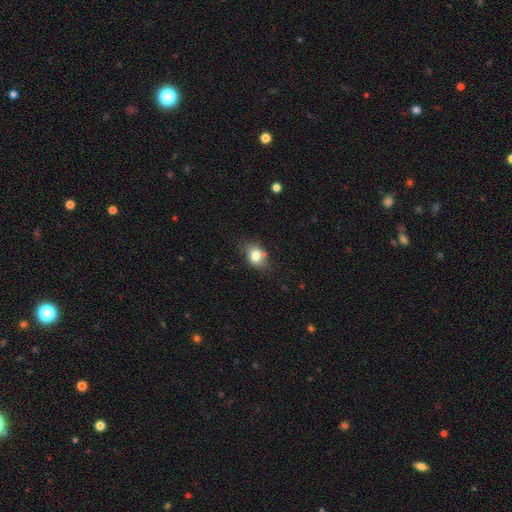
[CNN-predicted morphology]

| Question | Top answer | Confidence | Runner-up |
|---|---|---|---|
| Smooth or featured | smooth | 73% | featured or disk (17%) |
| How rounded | in between | 63% | round (35%) |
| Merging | none | 67% | minor disturbance (24%) |